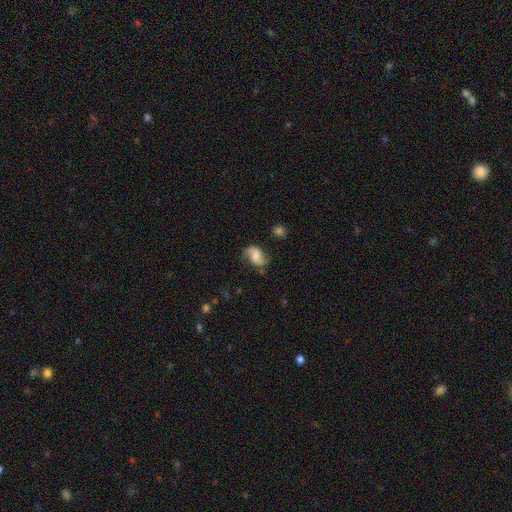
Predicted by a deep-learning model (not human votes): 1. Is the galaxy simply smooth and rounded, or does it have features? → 57% featured or disk, 34% smooth, 9% star or artifact.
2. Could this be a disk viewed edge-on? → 97% no, 3% yes.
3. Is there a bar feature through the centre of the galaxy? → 55% no, 35% weak, 10% strong.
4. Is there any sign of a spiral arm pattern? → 91% yes, 9% no.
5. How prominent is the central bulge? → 38% moderate, 29% small, 15% none, 15% large, 3% dominant.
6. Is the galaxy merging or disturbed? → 66% none, 22% minor disturbance, 9% major disturbance, 2% merger.